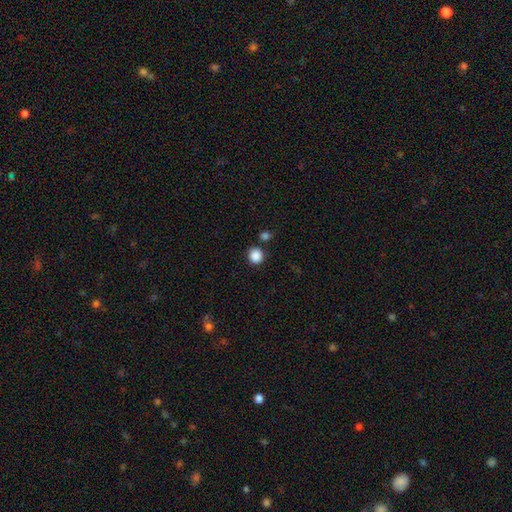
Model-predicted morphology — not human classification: Smooth or featured? Predicted: smooth (p=0.88). How rounded? Predicted: round (p=0.90). Merging? Predicted: none (p=0.84).